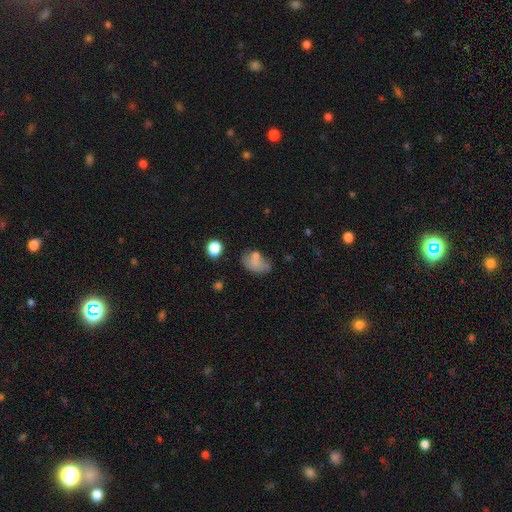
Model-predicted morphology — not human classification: Smooth or featured: smooth — 62% (star or artifact — 21%)
How rounded: in between — 77% (round — 21%)
Merging: none — 53% (minor disturbance — 24%)